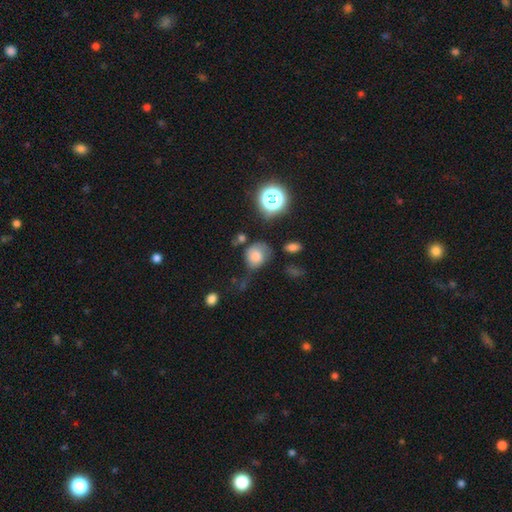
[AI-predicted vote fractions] Morphology: type=smooth (74%); roundness=round (67%); merging=none (45%).